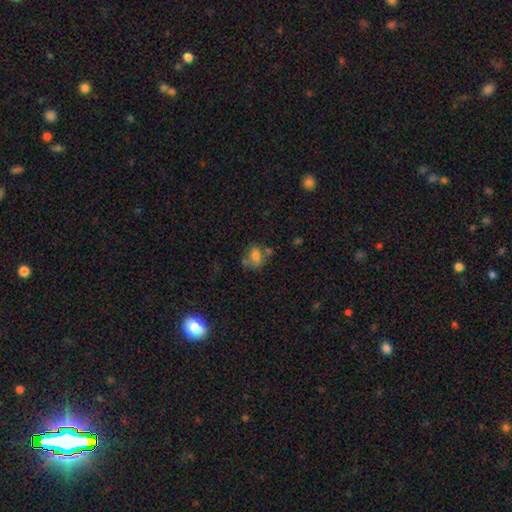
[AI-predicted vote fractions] Smooth or featured? Predicted: smooth (p=0.66). How rounded? Predicted: in between (p=0.62). Merging? Predicted: none (p=0.45).